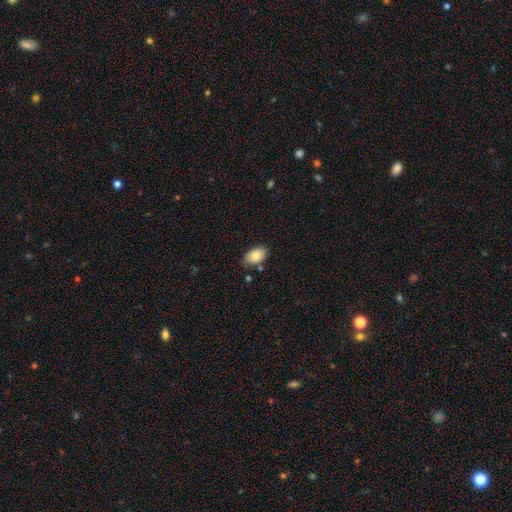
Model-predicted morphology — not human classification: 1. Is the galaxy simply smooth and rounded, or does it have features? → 85% smooth, 8% featured or disk, 7% star or artifact.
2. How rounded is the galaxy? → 91% in between, 7% round, 1% cigar-shaped.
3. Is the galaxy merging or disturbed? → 75% none, 17% minor disturbance, 5% merger, 3% major disturbance.